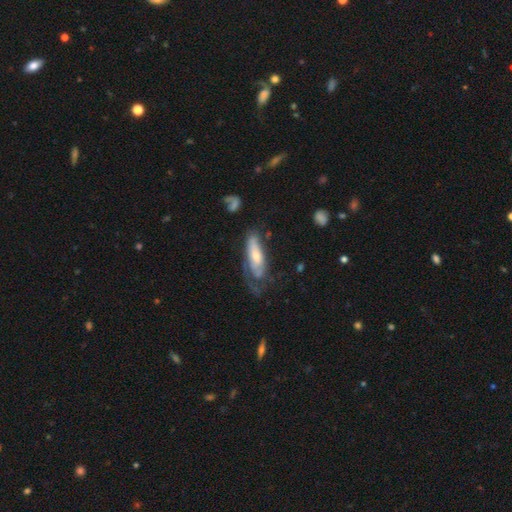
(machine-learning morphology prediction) smooth-or-featured: featured or disk: 62% | smooth: 30% | star or artifact: 8%
  disk-edge-on: no: 72% | yes: 28%
  merging: none: 42% | major disturbance: 29% | minor disturbance: 26% | merger: 3%